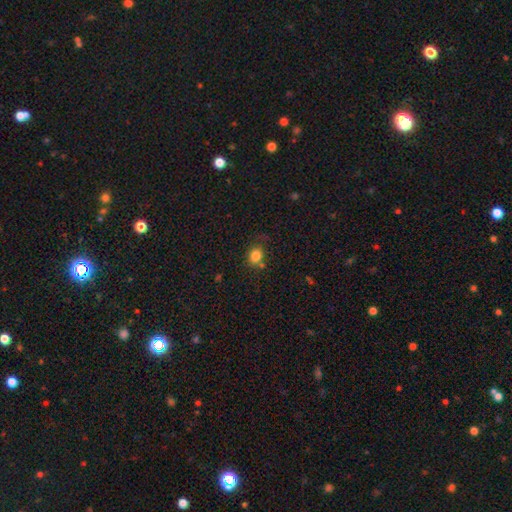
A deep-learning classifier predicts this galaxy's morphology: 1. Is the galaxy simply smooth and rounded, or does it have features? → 83% smooth, 11% star or artifact, 6% featured or disk.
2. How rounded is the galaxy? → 56% round, 43% in between, 1% cigar-shaped.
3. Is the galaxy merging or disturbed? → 69% none, 16% minor disturbance, 10% merger, 5% major disturbance.